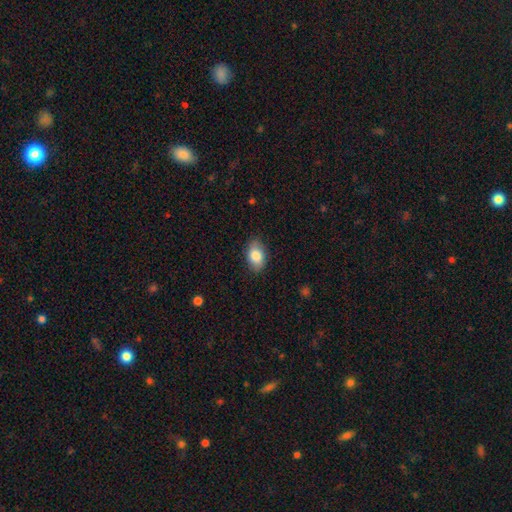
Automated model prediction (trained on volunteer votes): Morphology: type=smooth (83%); roundness=in between (89%); merging=none (85%).